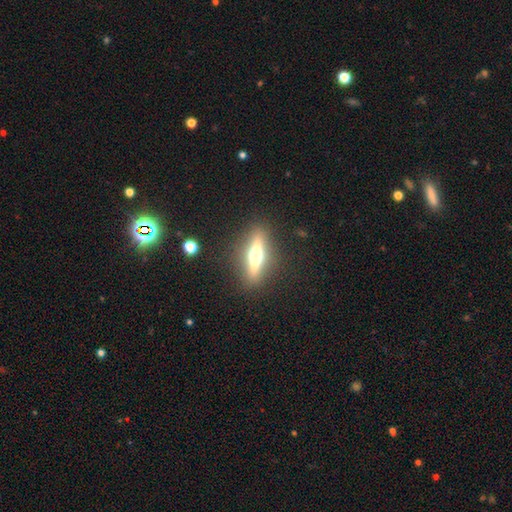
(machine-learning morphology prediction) type=featured or disk (67%); edge-on=yes (93%); edge-on bulge=rounded (94%); merging=none (89%).